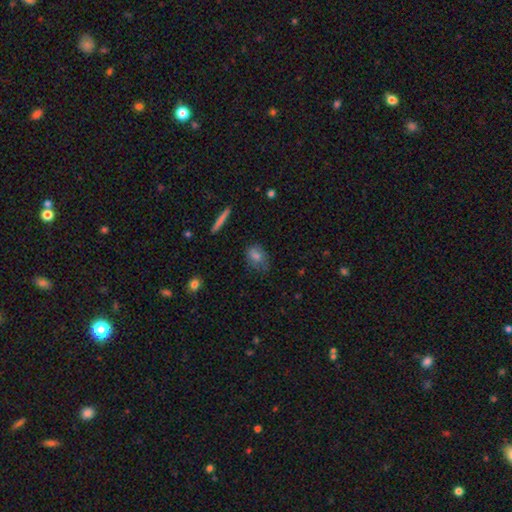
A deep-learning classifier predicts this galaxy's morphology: type=smooth (74%); roundness=in between (68%); merging=none (66%).